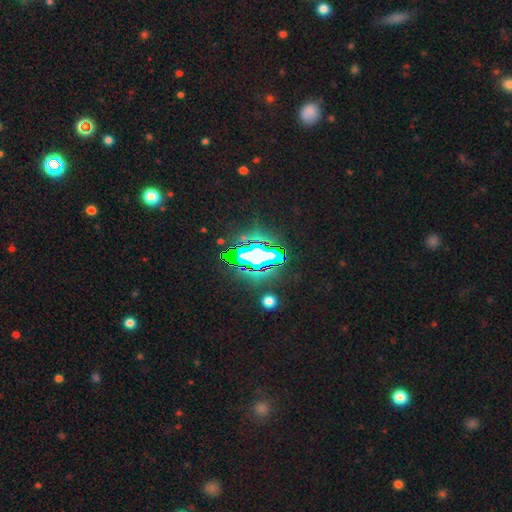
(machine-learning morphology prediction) Q: Smooth or featured?
A: star or artifact (66%); runner-up: smooth (17%)